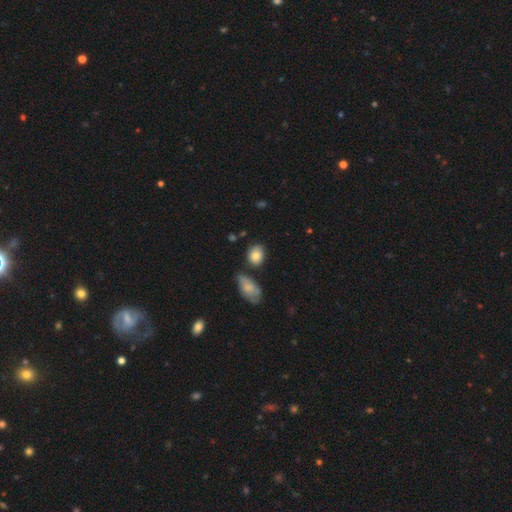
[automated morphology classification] Smooth or featured?
  - smooth: 79% *
  - featured or disk: 13%
  - star or artifact: 8%
How rounded?
  - in between: 53% *
  - round: 46%
  - cigar-shaped: 2%
Merging?
  - none: 62% *
  - minor disturbance: 24%
  - merger: 8%
  - major disturbance: 6%